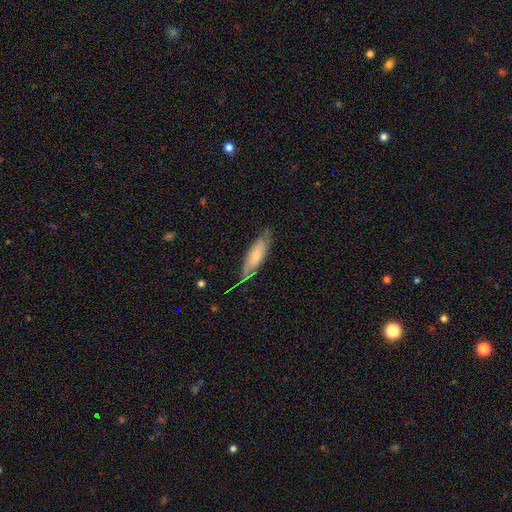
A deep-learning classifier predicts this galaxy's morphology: Smooth or featured? Predicted: smooth (p=0.62). How rounded? Predicted: in between (p=0.53). Merging? Predicted: none (p=0.67).